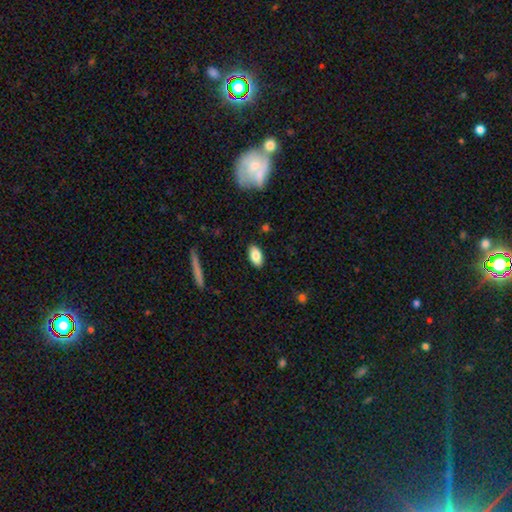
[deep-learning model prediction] smooth_or_featured: smooth (p=0.85) [alt: featured or disk p=0.08]
how_rounded: in between (p=0.93) [alt: cigar-shaped p=0.04]
merging: none (p=0.88) [alt: minor disturbance p=0.09]